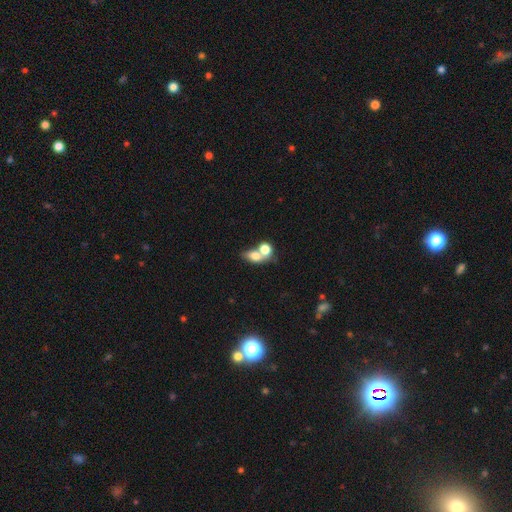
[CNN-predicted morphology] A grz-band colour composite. It shows a smooth galaxy with no disk features (73%) that is in between round and cigar-shaped (67%). Merging: merger (61%).